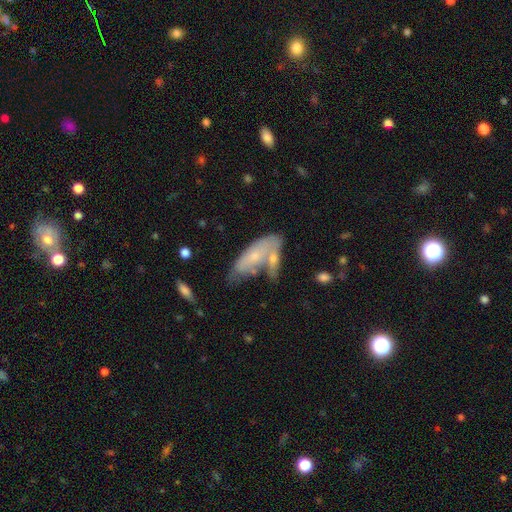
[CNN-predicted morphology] smooth-or-featured: smooth: 57% | featured or disk: 36% | star or artifact: 7%
  how-rounded: in between: 67% | cigar-shaped: 30% | round: 3%
  merging: merger: 37% | none: 35% | minor disturbance: 20% | major disturbance: 8%